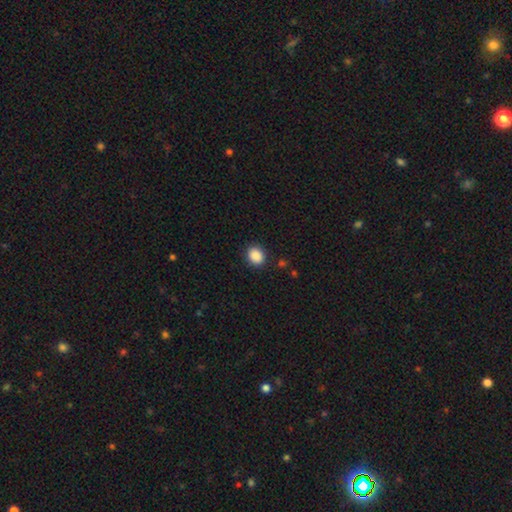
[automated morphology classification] A smooth galaxy with no disk features (89%) that is round (63%). Merging: none (87%).